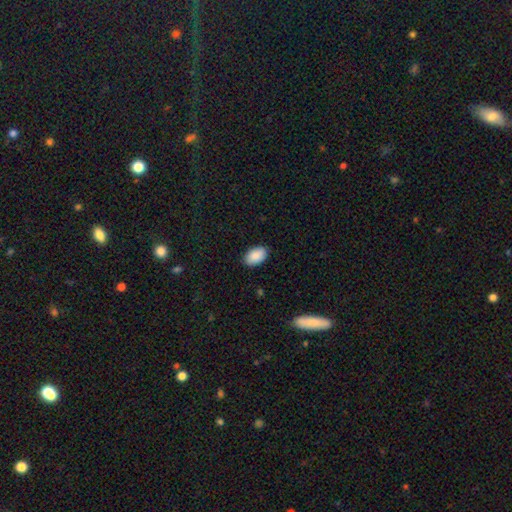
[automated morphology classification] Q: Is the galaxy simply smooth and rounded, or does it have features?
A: smooth — 90%.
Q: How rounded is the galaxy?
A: in between — 93%.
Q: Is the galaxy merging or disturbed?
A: none — 88%.